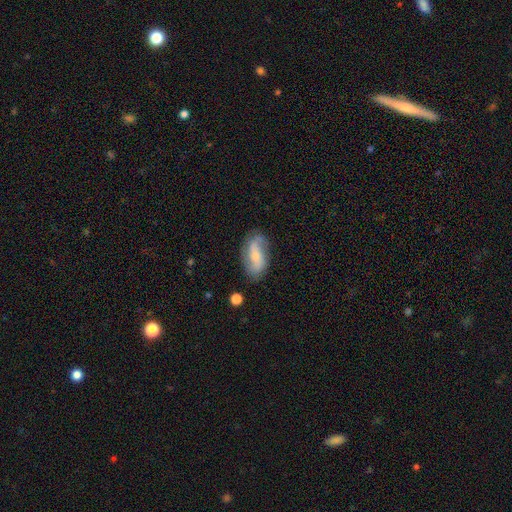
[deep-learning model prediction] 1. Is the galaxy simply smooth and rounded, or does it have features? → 62% featured or disk, 31% smooth, 7% star or artifact.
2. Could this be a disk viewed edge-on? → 92% no, 8% yes.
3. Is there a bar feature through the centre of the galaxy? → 47% no, 33% weak, 20% strong.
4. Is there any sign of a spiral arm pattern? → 86% yes, 14% no.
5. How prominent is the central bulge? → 61% small, 32% moderate, 3% none, 2% large, 1% dominant.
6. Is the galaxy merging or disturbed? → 71% none, 20% minor disturbance, 6% major disturbance, 2% merger.